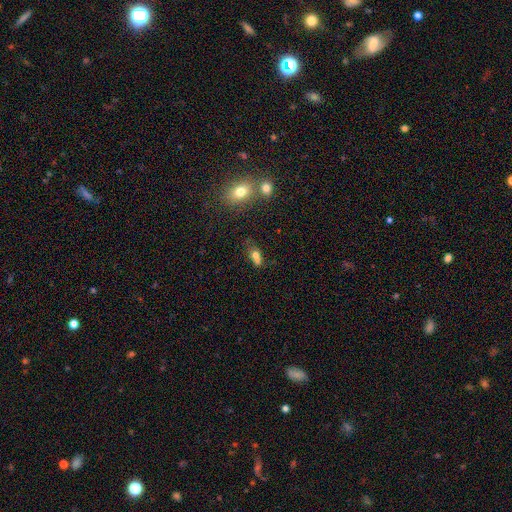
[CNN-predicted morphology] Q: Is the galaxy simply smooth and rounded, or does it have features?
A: smooth — 69%.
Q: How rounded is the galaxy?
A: in between — 65%.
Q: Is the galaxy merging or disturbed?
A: merger — 39%.